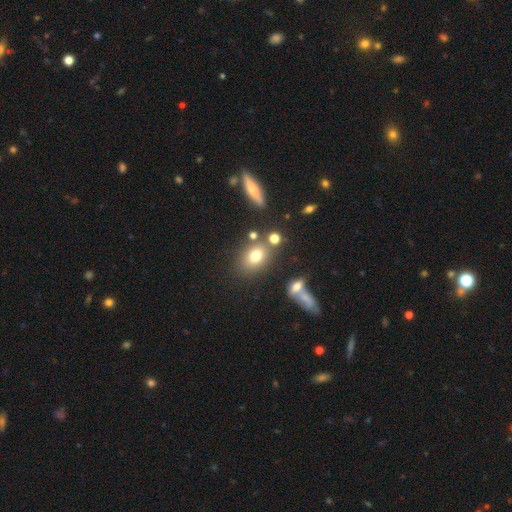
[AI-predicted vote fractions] Smooth or featured? smooth (72%)
How rounded? in between (64%)
Merging? none (69%)